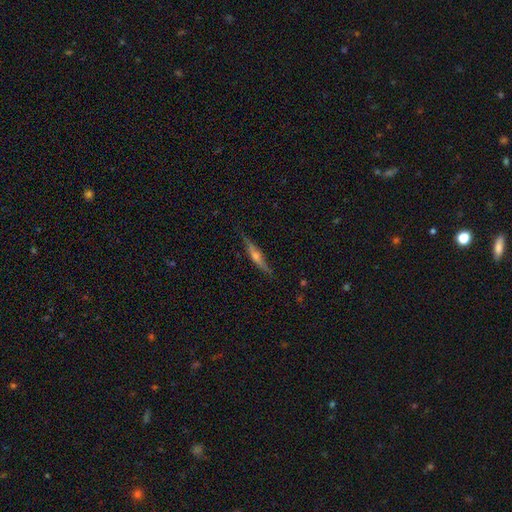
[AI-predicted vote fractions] This appears to be a featured or disk galaxy (71%) viewed edge-on (95%) with a rounded central bulge (85%). Merging: none (84%).